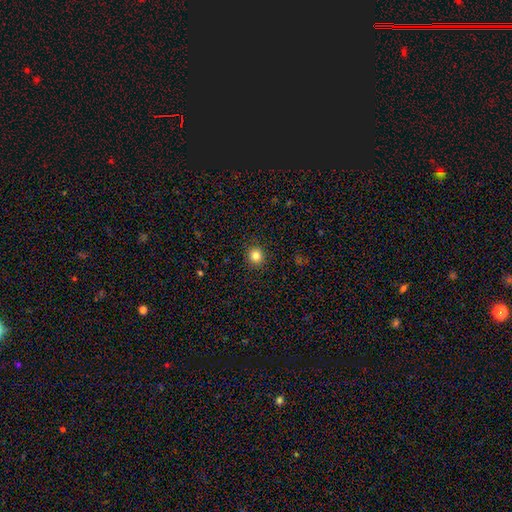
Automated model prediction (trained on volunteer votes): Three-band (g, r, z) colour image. It shows a smooth galaxy with no disk features (84%) that is round (91%). Merging: none (91%).